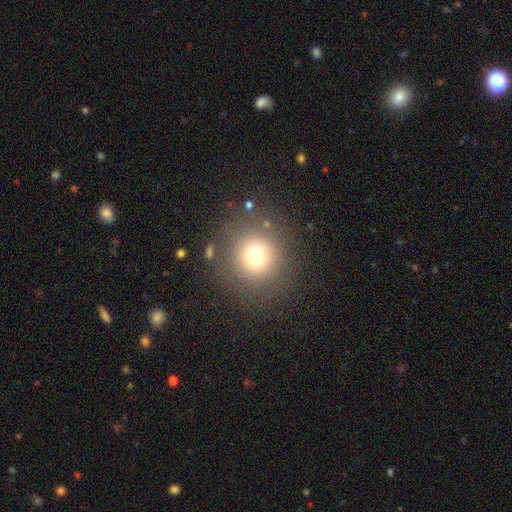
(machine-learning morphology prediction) Overall: smooth (73%). How rounded: round (94%). Merging: none (84%).